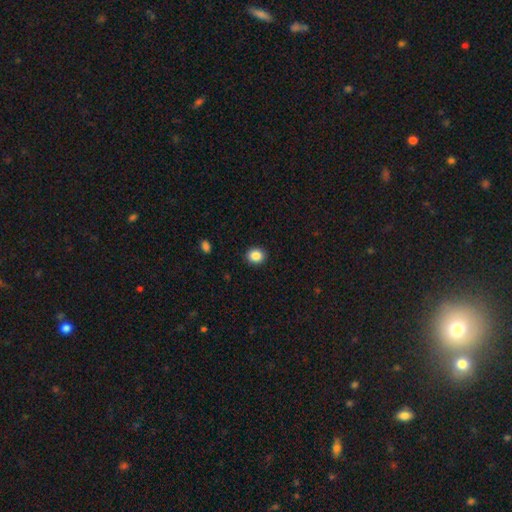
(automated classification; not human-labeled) Smooth or featured? smooth (87%)
How rounded? round (73%)
Merging? none (91%)